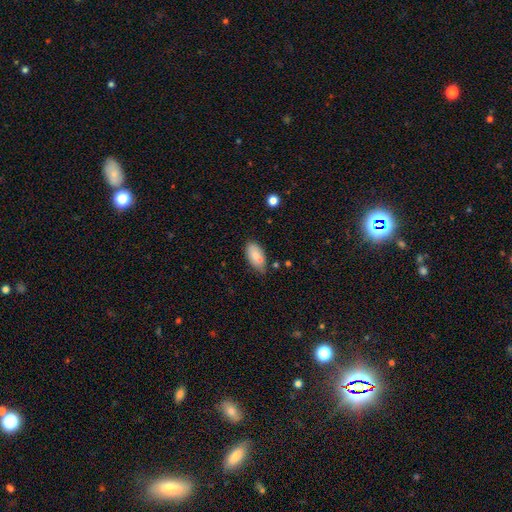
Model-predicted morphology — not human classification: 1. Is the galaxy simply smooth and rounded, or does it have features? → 81% smooth, 12% featured or disk, 7% star or artifact.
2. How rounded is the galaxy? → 93% in between, 4% cigar-shaped, 3% round.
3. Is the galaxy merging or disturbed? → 64% none, 26% minor disturbance, 5% merger, 4% major disturbance.